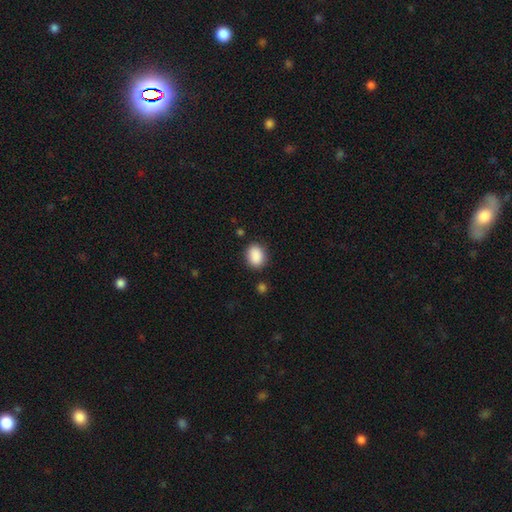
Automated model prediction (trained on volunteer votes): A smooth galaxy with no disk features (90%) that is in between round and cigar-shaped (64%).

Vote fractions:
- Smooth or featured? smooth: 90% / star or artifact: 8% / featured or disk: 3%
- How rounded? in between: 64% / round: 35% / cigar-shaped: 1%
- Merging? none: 84% / minor disturbance: 11% / major disturbance: 3% / merger: 2%